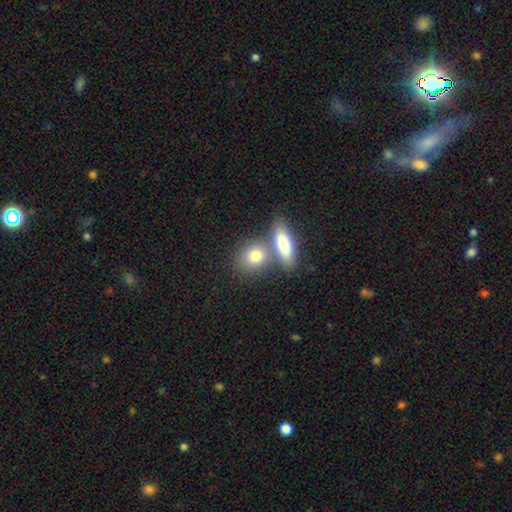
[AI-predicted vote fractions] smooth-or-featured: smooth: 79% | featured or disk: 14% | star or artifact: 7%
  how-rounded: in between: 52% | round: 41% | cigar-shaped: 6%
  merging: none: 50% | merger: 38% | minor disturbance: 9% | major disturbance: 3%